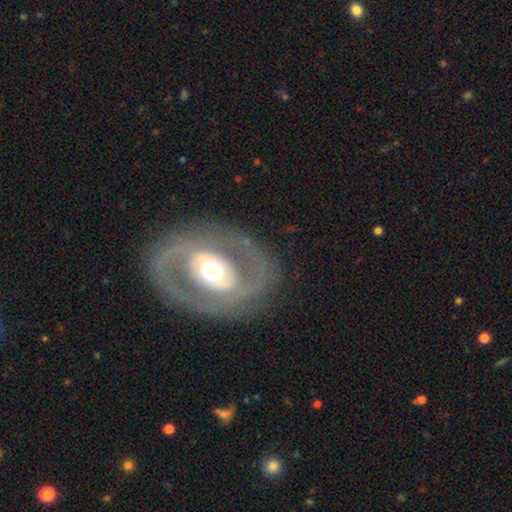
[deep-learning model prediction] Smooth or featured: featured or disk — 85% (smooth — 10%)
Edge-on disk: no — 96% (yes — 4%)
Bar: no — 44% (weak — 31%)
Spiral arms: yes — 80% (no — 20%)
Spiral winding: tight — 43% (tied with medium — 43%)
Spiral arm count: 2 — 86% (can't tell — 6%)
Bulge size: moderate — 63% (large — 23%)
Merging: none — 82% (minor disturbance — 11%)